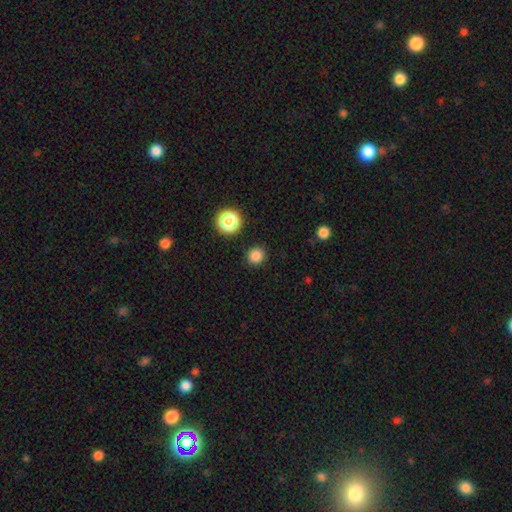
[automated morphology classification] Smooth or featured: smooth — 82% (star or artifact — 15%)
How rounded: round — 92% (in between — 7%)
Merging: none — 90% (minor disturbance — 6%)